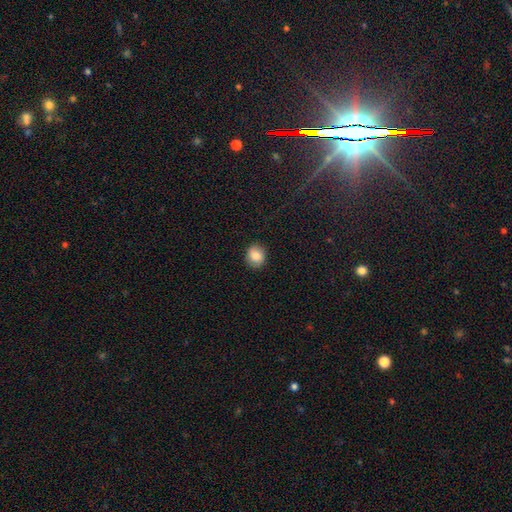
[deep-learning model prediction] A smooth galaxy with no disk features (85%) that is round (71%).

Vote fractions:
- Smooth or featured? smooth: 85% / star or artifact: 9% / featured or disk: 6%
- How rounded? round: 71% / in between: 28% / cigar-shaped: 1%
- Merging? none: 87% / minor disturbance: 10% / major disturbance: 2% / merger: 1%